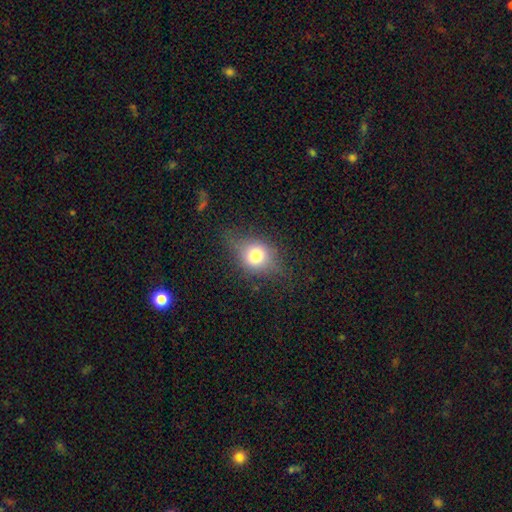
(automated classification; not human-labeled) This is likely a smooth galaxy (63%). How rounded: likely round (60%). Merging: likely none (65%).